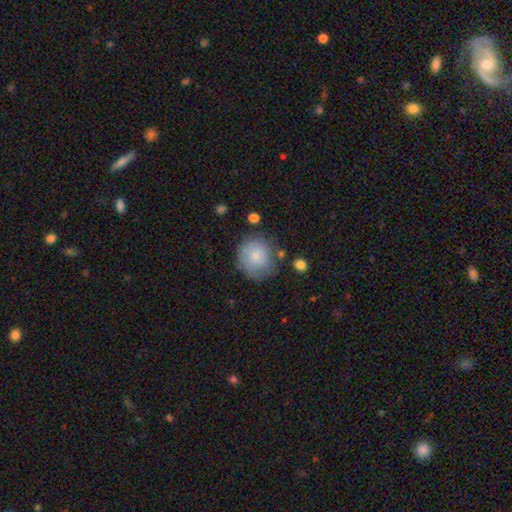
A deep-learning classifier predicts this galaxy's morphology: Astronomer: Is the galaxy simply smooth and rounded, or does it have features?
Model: smooth — 80%.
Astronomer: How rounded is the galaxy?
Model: round — 87%.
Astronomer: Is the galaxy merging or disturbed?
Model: none — 67%.